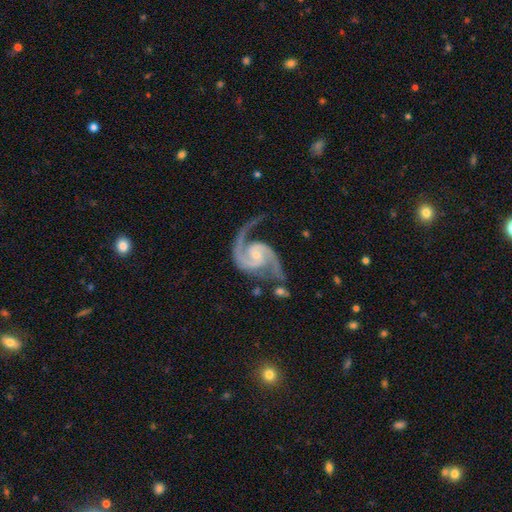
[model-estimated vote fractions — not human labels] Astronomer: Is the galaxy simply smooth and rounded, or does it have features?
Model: featured or disk — 94%.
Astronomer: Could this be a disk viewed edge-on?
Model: no — 98%.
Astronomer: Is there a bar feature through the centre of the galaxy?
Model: no — 57% (runner-up: weak, 33%).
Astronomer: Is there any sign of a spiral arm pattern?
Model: yes — 99%.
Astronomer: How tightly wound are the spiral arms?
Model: medium — 60%.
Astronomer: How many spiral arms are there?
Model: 2 — 92%.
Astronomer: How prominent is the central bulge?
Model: small — 70%.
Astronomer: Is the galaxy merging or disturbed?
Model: none — 60%.